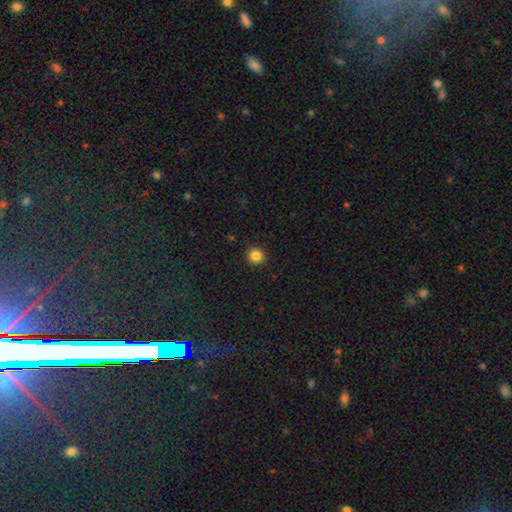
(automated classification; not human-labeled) Overall: smooth (85%). How rounded: round (95%). Merging: none (93%).